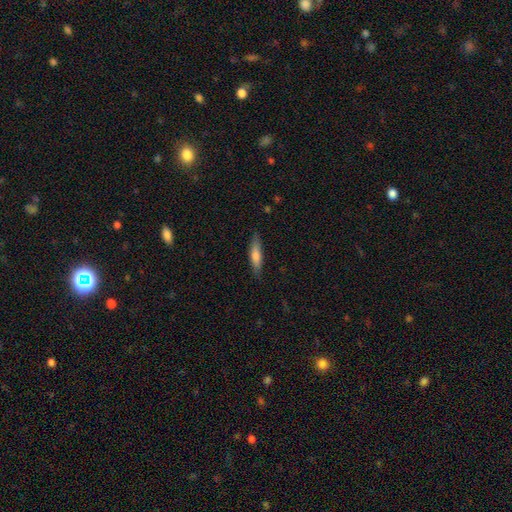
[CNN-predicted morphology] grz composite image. It shows a smooth galaxy with no disk features (66%) that is cigar-shaped (73%). Merging: none (83%).